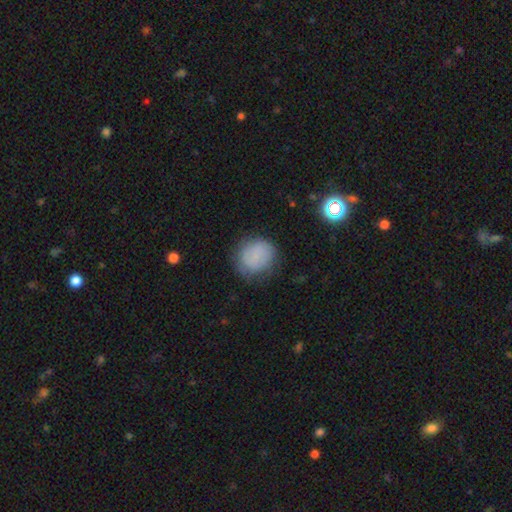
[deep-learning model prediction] smooth_or_featured: smooth (p=0.76) [alt: featured or disk p=0.14]
how_rounded: round (p=0.79) [alt: in between p=0.20]
merging: none (p=0.70) [alt: minor disturbance p=0.21]